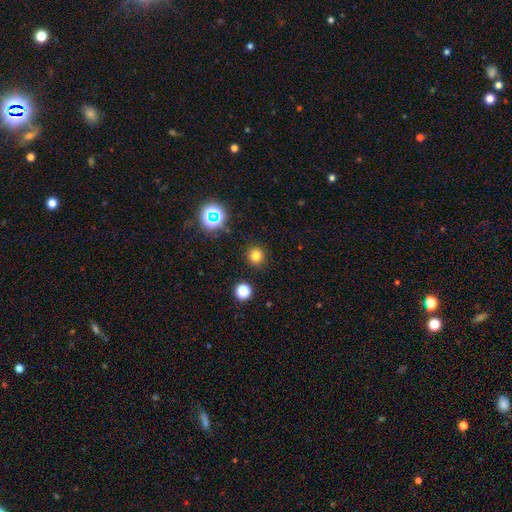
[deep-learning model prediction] This is likely a smooth galaxy (76%). How rounded: clearly round (94%). Merging: clearly none (90%).